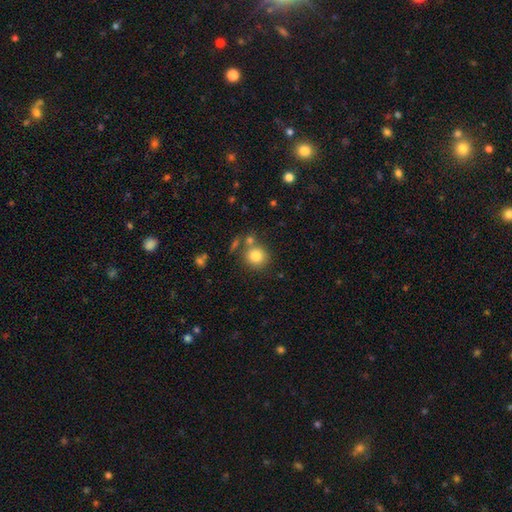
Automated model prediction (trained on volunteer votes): Q: Smooth or featured?
A: smooth (81%); runner-up: star or artifact (11%)
Q: How rounded?
A: round (87%); runner-up: in between (12%)
Q: Merging?
A: none (70%); runner-up: merger (16%)